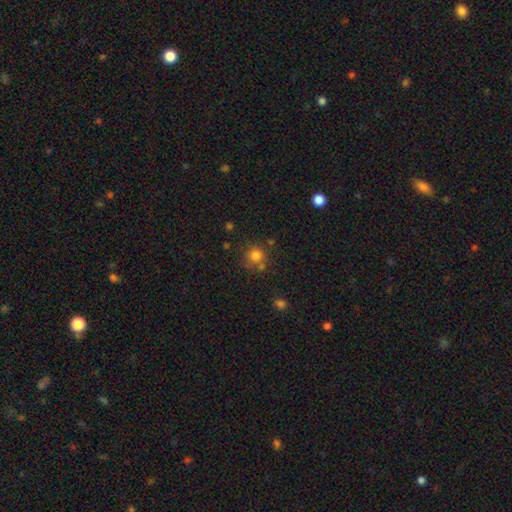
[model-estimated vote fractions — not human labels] A smooth galaxy with no disk features (79%) that is round (91%). Merging: none (70%).